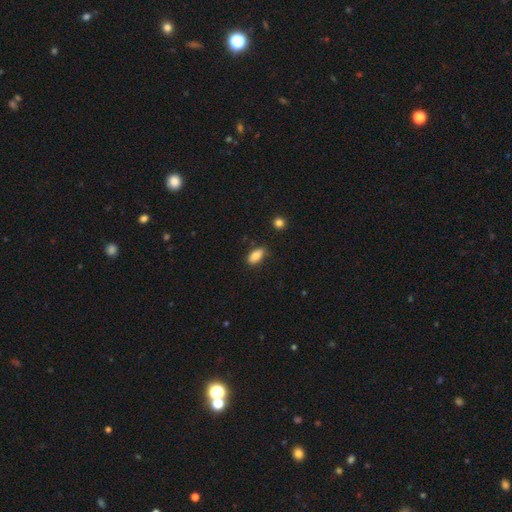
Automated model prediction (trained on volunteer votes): Q: Smooth or featured?
A: smooth (85%); runner-up: star or artifact (8%)
Q: How rounded?
A: in between (88%); runner-up: cigar-shaped (8%)
Q: Merging?
A: none (80%); runner-up: minor disturbance (15%)